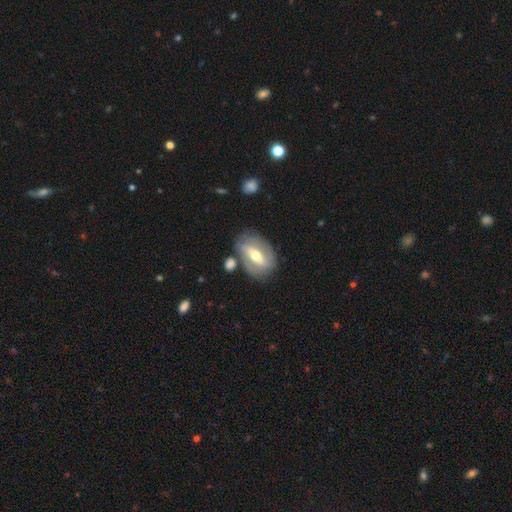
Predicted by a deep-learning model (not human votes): This is likely a featured or disk galaxy (66%). It is clearly not viewed edge-on (88%). Bar: possibly strong (53%). Spiral arm pattern: possibly yes (58%). Central bulge: likely moderate (68%). Merging: likely none (71%).